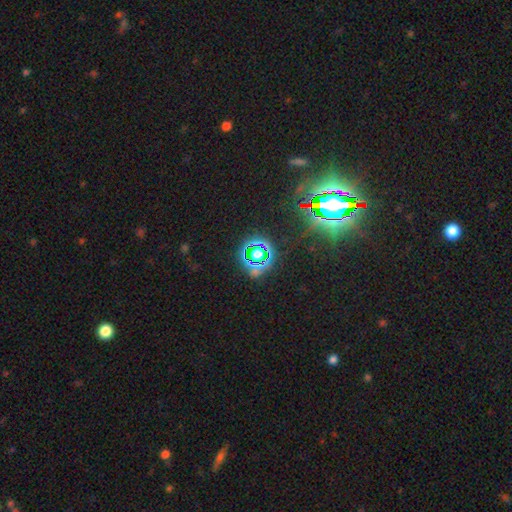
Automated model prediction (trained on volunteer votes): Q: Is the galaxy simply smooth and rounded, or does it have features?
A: star or artifact — 66%.